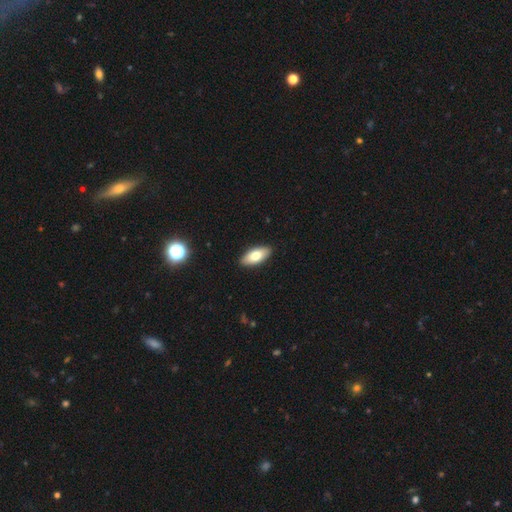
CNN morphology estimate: Overall: smooth (76%). How rounded: in between (87%). Merging: none (90%).